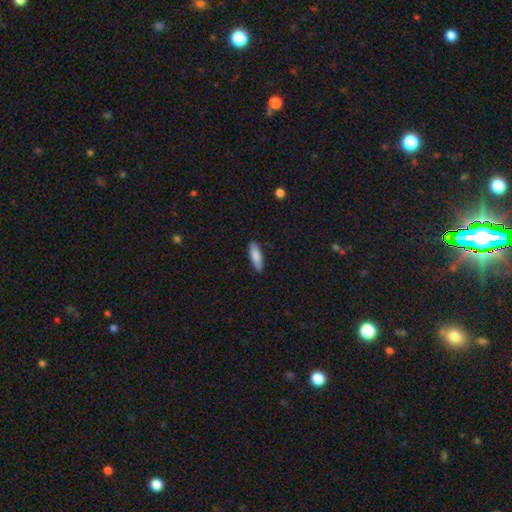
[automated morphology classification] smooth-or-featured: smooth: 83% | featured or disk: 11% | star or artifact: 6%
  how-rounded: in between: 52% | cigar-shaped: 46% | round: 2%
  merging: none: 86% | minor disturbance: 11% | major disturbance: 2% | merger: 1%